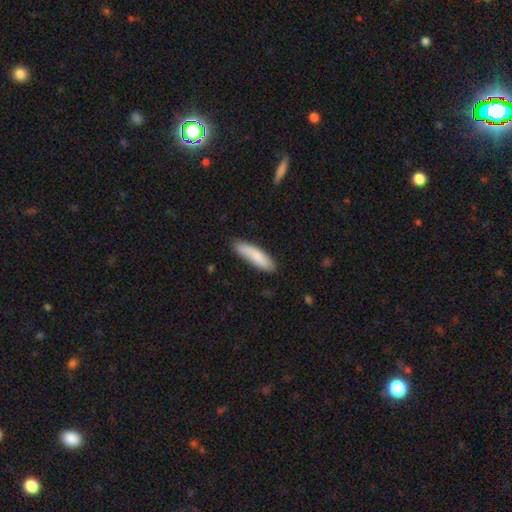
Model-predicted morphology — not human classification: type=smooth (82%); roundness=cigar-shaped (69%); merging=none (81%).